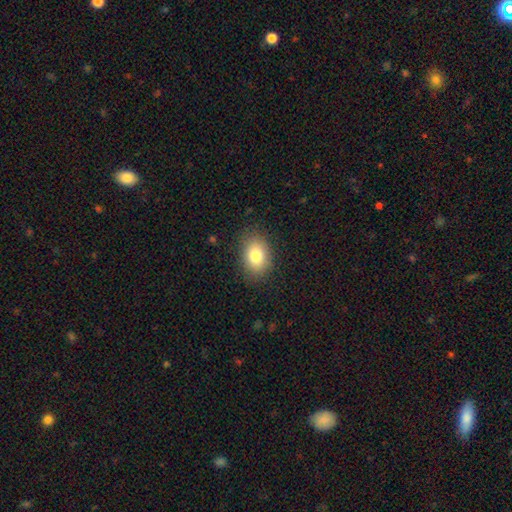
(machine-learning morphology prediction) This appears to be a smooth galaxy with no disk features (81%) that is in between round and cigar-shaped (77%). Merging: none (84%).